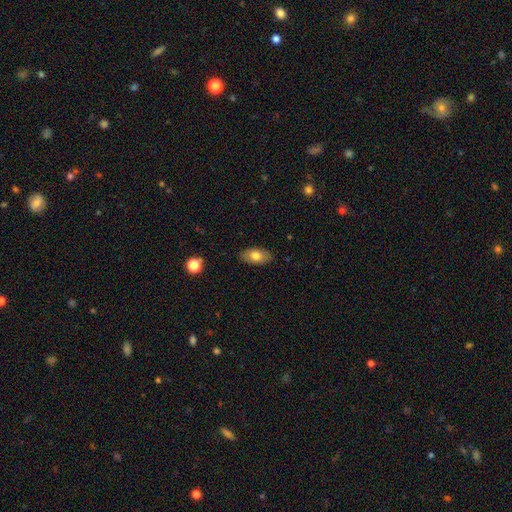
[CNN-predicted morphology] smooth-or-featured: smooth: 76% | featured or disk: 17% | star or artifact: 7%
  how-rounded: in between: 92% | round: 4% | cigar-shaped: 4%
  merging: none: 86% | minor disturbance: 11% | major disturbance: 2% | merger: 1%